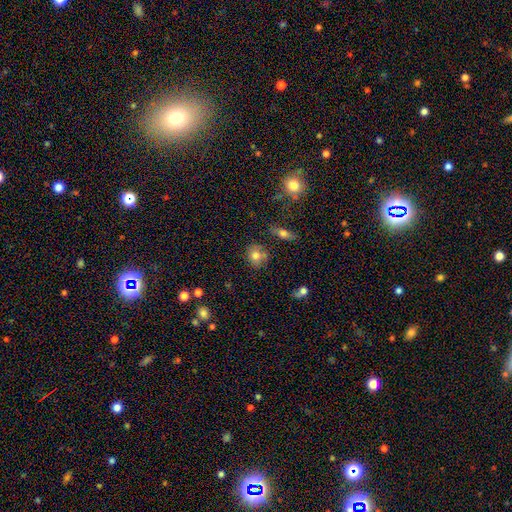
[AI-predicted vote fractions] smooth-or-featured: smooth: 77% | featured or disk: 12% | star or artifact: 11%
  how-rounded: round: 74% | in between: 24% | cigar-shaped: 1%
  merging: none: 71% | minor disturbance: 17% | merger: 7% | major disturbance: 5%